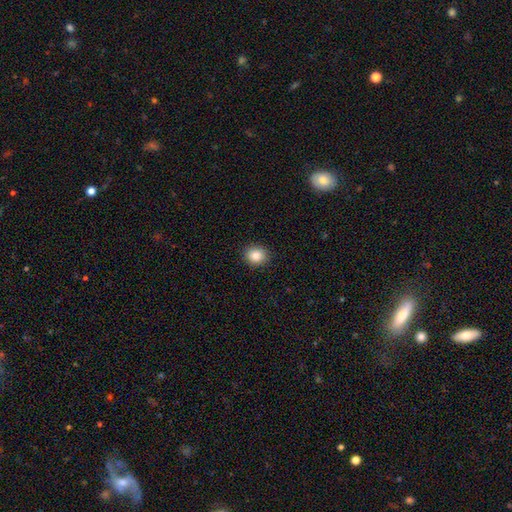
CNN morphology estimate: Smooth or featured? smooth (84%)
How rounded? round (83%)
Merging? none (92%)